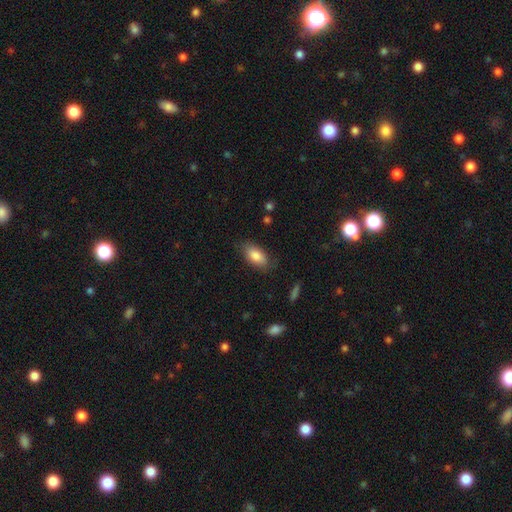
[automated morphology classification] This appears to be a smooth galaxy with no disk features (85%) that is in between round and cigar-shaped (89%). Merging: none (80%).